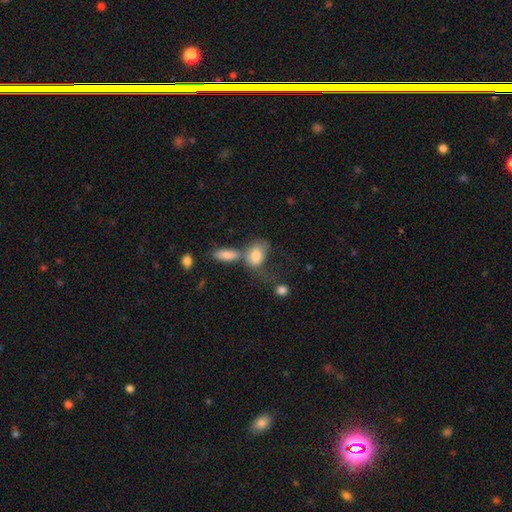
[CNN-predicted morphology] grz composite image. It shows a smooth galaxy with no disk features (79%) that is in between round and cigar-shaped (84%). Merging: merger (40%).